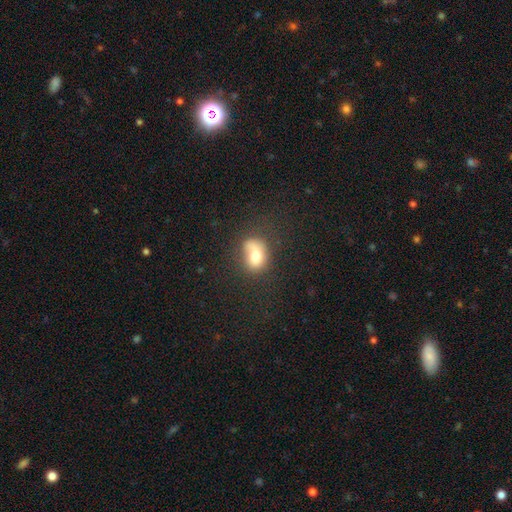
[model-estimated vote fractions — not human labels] Morphology: type=smooth (72%); roundness=in between (61%); merging=none (47%).